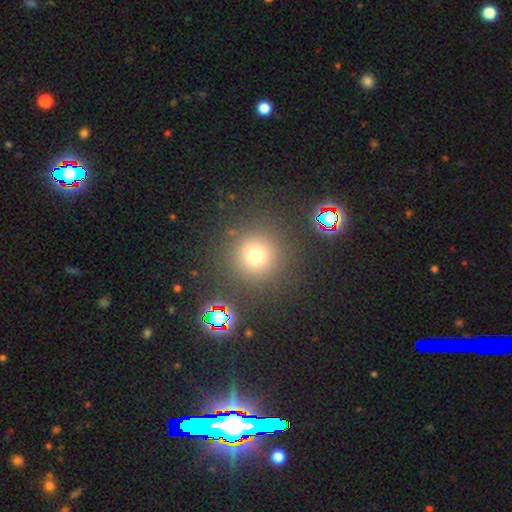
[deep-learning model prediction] Smooth or featured? smooth (68%)
How rounded? round (95%)
Merging? none (87%)